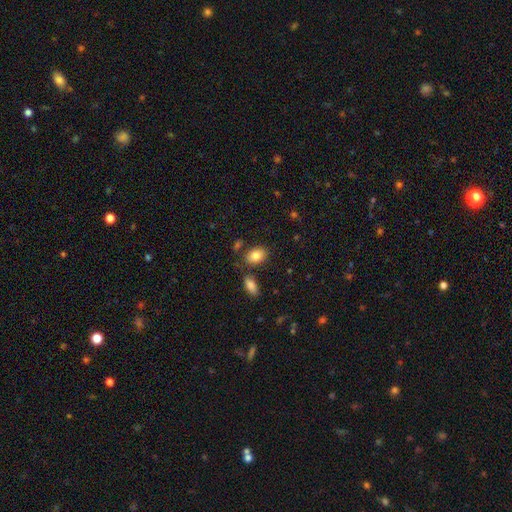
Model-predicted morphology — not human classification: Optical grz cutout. It shows a smooth galaxy with no disk features (84%) that is in between round and cigar-shaped (84%). Merging: none (74%).